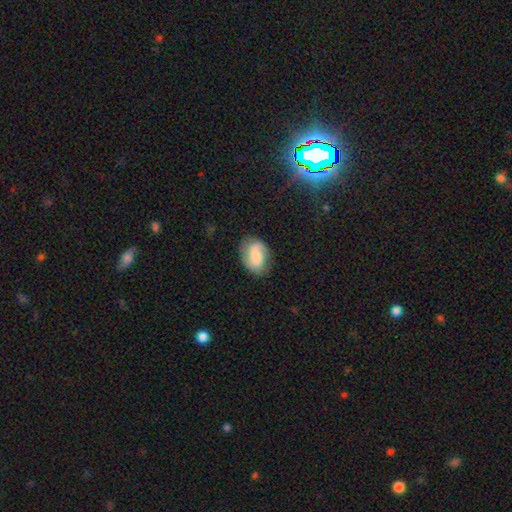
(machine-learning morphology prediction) Smooth or featured: smooth — 48% (featured or disk — 44%)
Merging: none — 74% (minor disturbance — 18%)